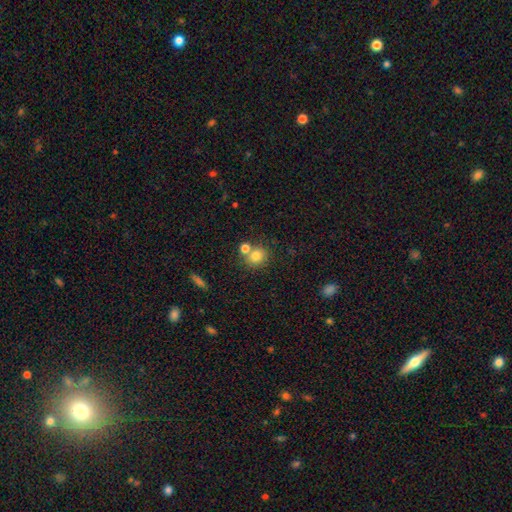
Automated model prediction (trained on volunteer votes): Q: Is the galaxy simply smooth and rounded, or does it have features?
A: smooth — 79%.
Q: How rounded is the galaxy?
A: round — 81%.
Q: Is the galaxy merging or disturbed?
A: none — 57%.